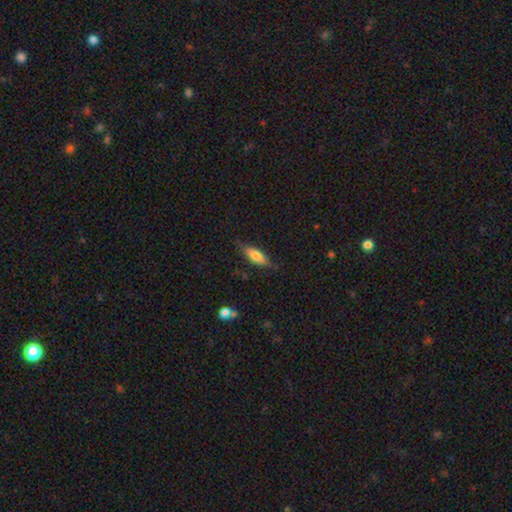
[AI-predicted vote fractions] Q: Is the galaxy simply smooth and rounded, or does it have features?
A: smooth — 63%.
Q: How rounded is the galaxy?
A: cigar-shaped — 49%, tied with in between.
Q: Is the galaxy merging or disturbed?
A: none — 77%.